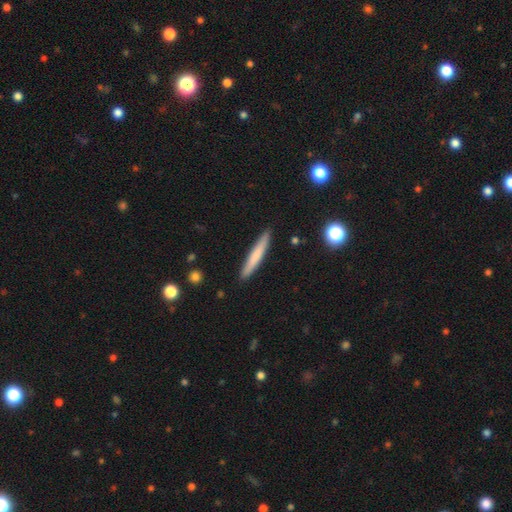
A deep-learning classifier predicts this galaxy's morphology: A smooth galaxy with no disk features (68%) that is cigar-shaped (95%). Merging: none (90%).